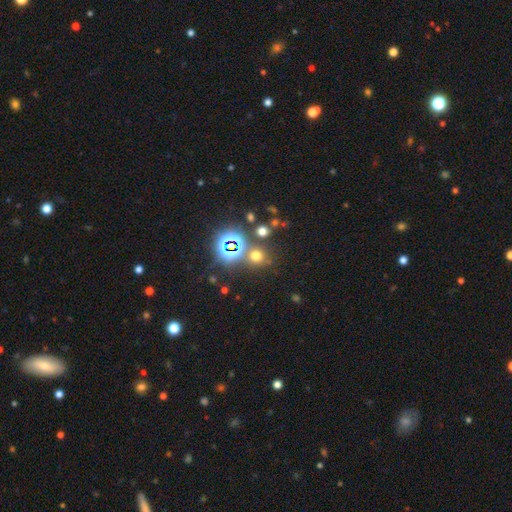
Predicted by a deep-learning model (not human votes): Smooth or featured?
  - smooth: 54% *
  - star or artifact: 38%
  - featured or disk: 8%
How rounded?
  - round: 84% *
  - in between: 14%
  - cigar-shaped: 1%
Merging?
  - none: 74% *
  - merger: 12%
  - minor disturbance: 9%
  - major disturbance: 5%